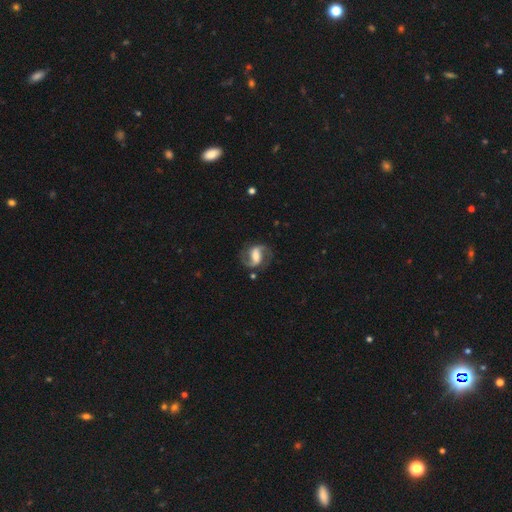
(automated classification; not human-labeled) featured or disk 85%, smooth 10%, star or artifact 6%. Down the decision tree: edge-on disk — no (97%); bar — strong (42%); spiral arms — yes (96%); spiral arm count — 2 (92%); spiral winding — medium (52%); bulge size — moderate (41%); merging — none (78%).